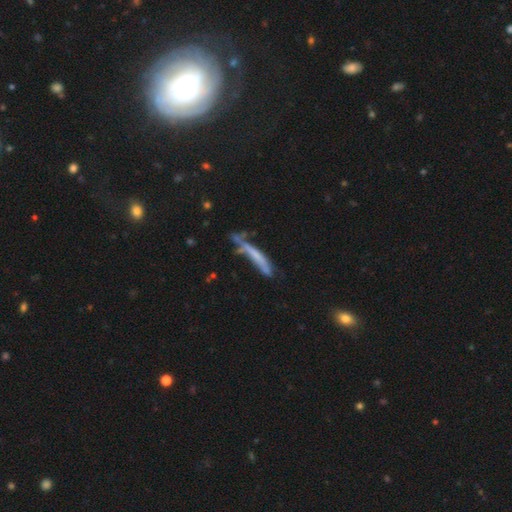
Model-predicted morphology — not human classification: Smooth or featured? Predicted: smooth (p=0.51). How rounded? Predicted: cigar-shaped (p=0.92). Merging? Predicted: none (p=0.44).